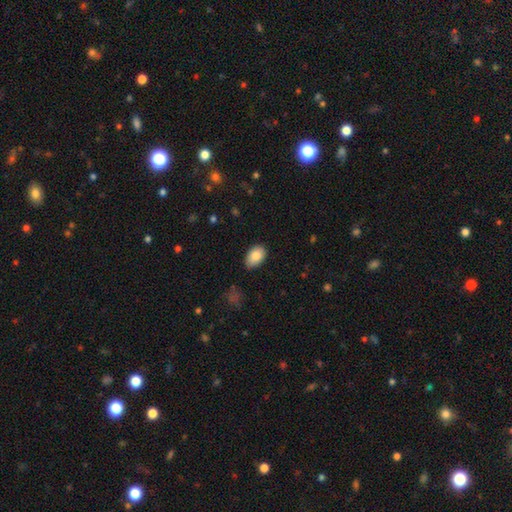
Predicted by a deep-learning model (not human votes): This appears to be a smooth galaxy with no disk features (85%) that is in between round and cigar-shaped (89%). Merging: none (79%).